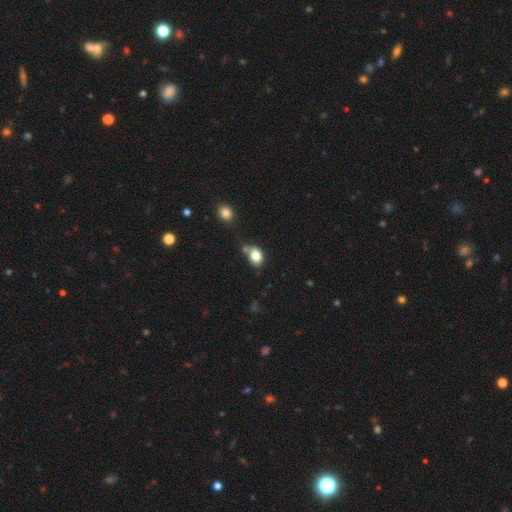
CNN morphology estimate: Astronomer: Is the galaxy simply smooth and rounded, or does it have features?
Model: smooth — 84%.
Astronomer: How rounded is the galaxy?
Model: in between — 63%.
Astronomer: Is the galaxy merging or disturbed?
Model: none — 58%.